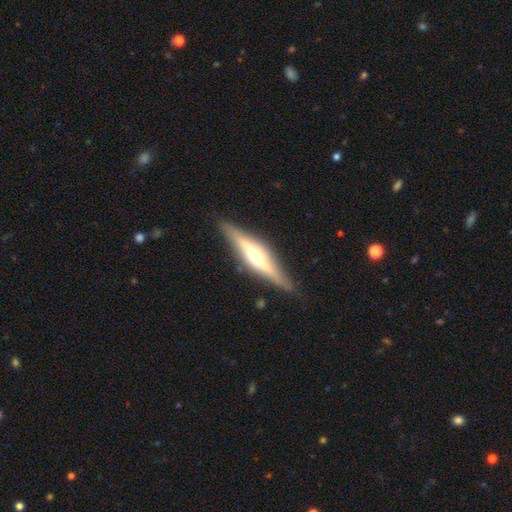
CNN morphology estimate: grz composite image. It shows a featured or disk galaxy (71%) viewed edge-on (94%) with a rounded central bulge (82%). Merging: none (87%).